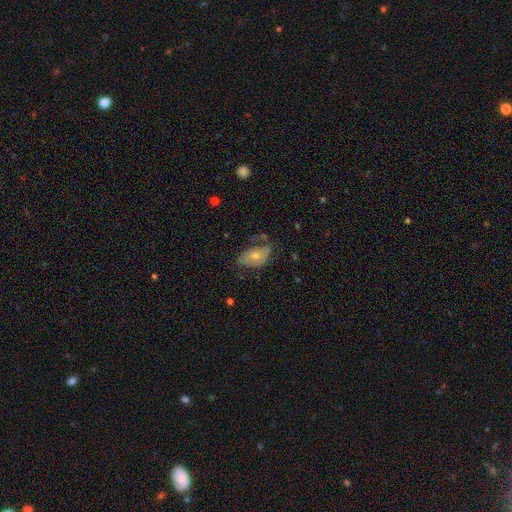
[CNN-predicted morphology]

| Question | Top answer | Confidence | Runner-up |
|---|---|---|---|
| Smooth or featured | featured or disk | 49% | smooth (41%) |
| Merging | none | 48% | minor disturbance (31%) |